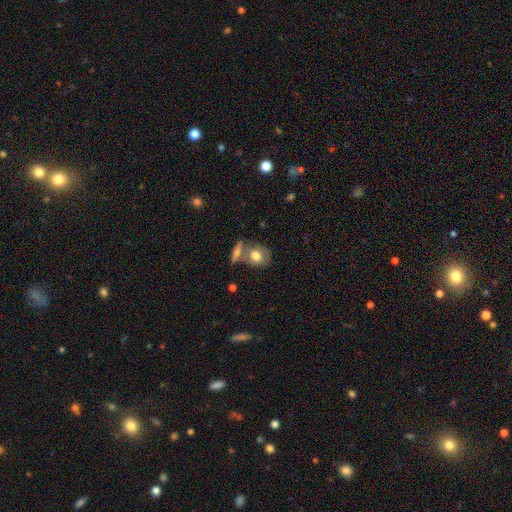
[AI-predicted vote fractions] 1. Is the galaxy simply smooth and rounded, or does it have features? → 68% smooth, 24% featured or disk, 7% star or artifact.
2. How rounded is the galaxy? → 49% in between, 48% round, 3% cigar-shaped.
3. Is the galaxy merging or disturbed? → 50% none, 31% merger, 14% minor disturbance, 5% major disturbance.